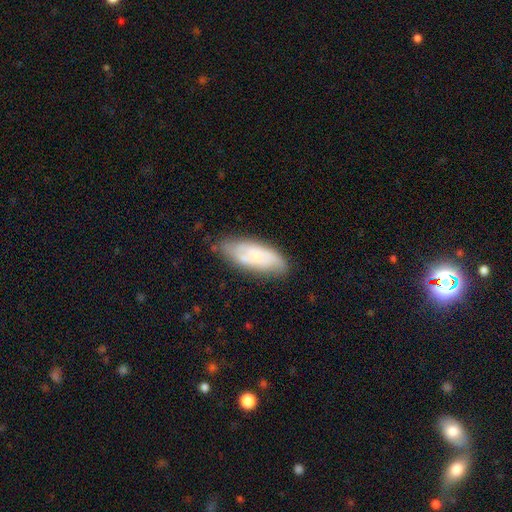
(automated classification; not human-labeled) Smooth or featured? Predicted: featured or disk (p=0.48). Merging? Predicted: none (p=0.71).